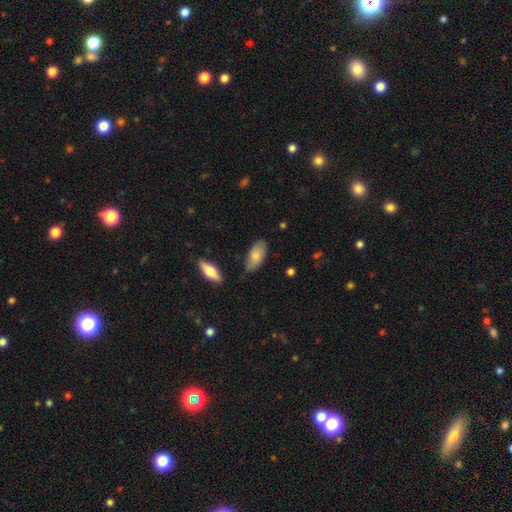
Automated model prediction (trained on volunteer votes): A smooth galaxy with no disk features (80%) that is in between round and cigar-shaped (90%).

Vote fractions:
- Smooth or featured? smooth: 80% / featured or disk: 15% / star or artifact: 6%
- How rounded? in between: 90% / cigar-shaped: 8% / round: 2%
- Merging? none: 78% / minor disturbance: 16% / major disturbance: 3% / merger: 3%